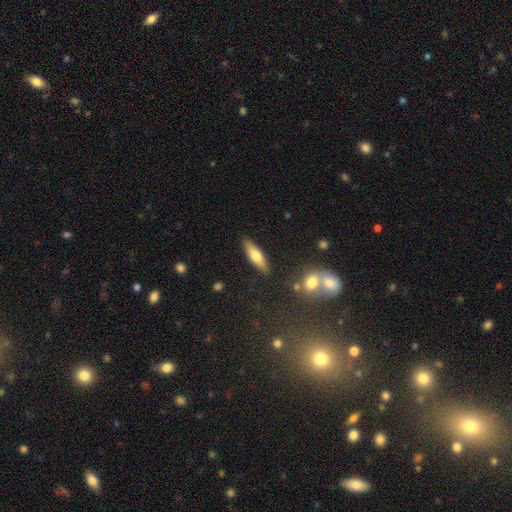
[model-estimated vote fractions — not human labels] Smooth or featured: smooth — 63% (featured or disk — 31%)
How rounded: cigar-shaped — 60% (in between — 38%)
Merging: none — 86% (minor disturbance — 9%)